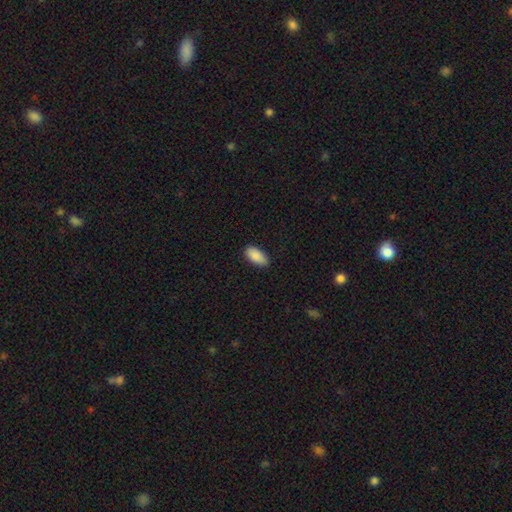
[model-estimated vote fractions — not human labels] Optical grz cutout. It shows a smooth galaxy with no disk features (90%) that is in between round and cigar-shaped (93%). Merging: none (86%).